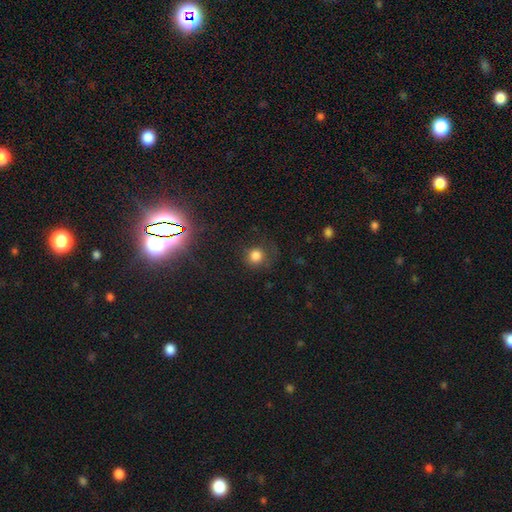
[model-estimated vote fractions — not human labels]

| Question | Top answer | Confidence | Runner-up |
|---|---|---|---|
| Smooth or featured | smooth | 78% | star or artifact (15%) |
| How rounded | round | 90% | in between (9%) |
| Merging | none | 72% | minor disturbance (16%) |